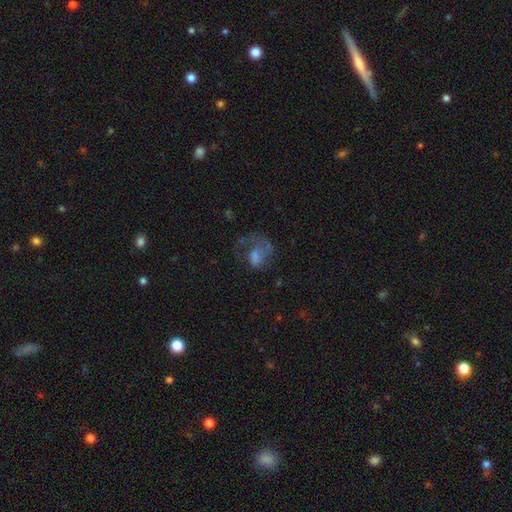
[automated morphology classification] A featured or disk galaxy (53%) with no bar (73%), spiral arms (62%) and a moderate central bulge (36%).

Vote fractions:
- Smooth or featured? featured or disk: 53% / smooth: 31% / star or artifact: 16%
- Edge-on disk? no: 97% / yes: 3%
- Bar? no: 73% / weak: 23% / strong: 4%
- Spiral arms? yes: 62% / no: 38%
- Bulge size? moderate: 36% / small: 29% / none: 22% / large: 11% / dominant: 3%
- Merging? major disturbance: 48% / none: 32% / minor disturbance: 15% / merger: 4%